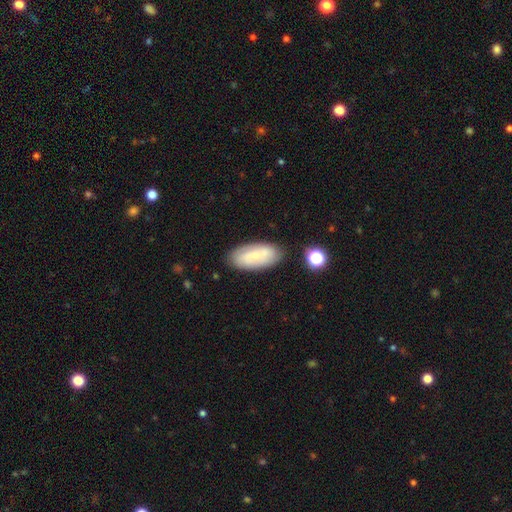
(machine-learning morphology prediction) Smooth or featured? Predicted: featured or disk (p=0.47). Merging? Predicted: none (p=0.80).